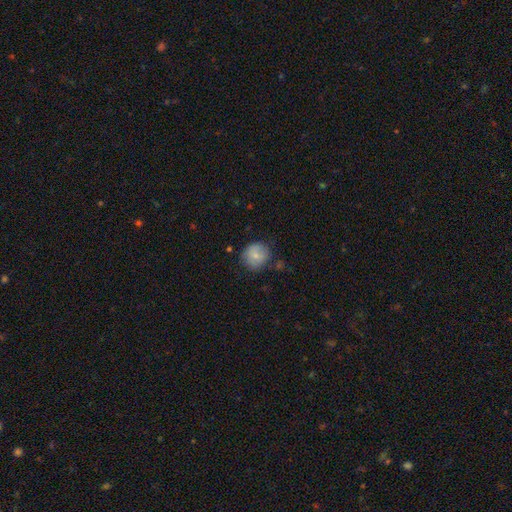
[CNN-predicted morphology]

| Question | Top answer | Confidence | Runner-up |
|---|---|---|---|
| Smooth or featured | smooth | 77% | featured or disk (15%) |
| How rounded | round | 88% | in between (11%) |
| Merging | none | 75% | minor disturbance (18%) |